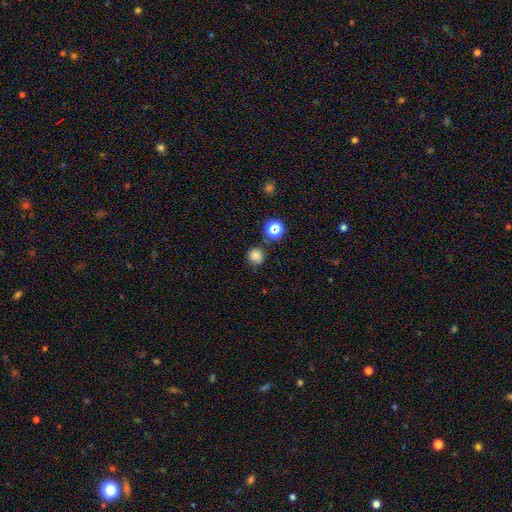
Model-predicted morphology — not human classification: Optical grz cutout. It shows a smooth galaxy with no disk features (79%) that is round (92%). Merging: none (84%).